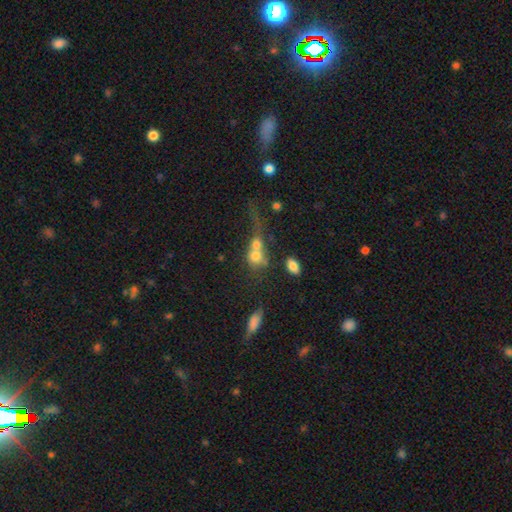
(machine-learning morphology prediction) Smooth or featured? smooth (67%)
How rounded? round (64%)
Merging? merger (64%)